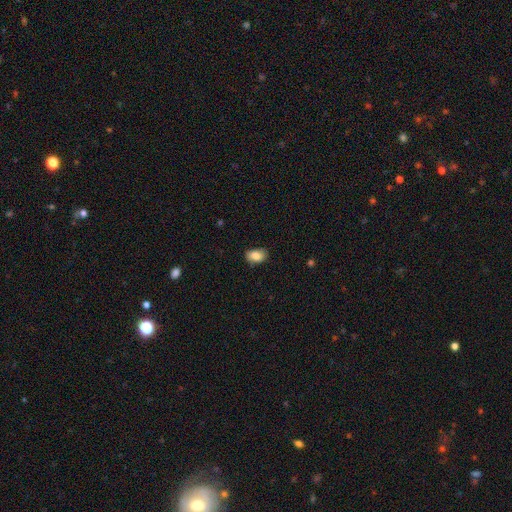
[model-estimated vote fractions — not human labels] Smooth or featured? Predicted: smooth (p=0.84). How rounded? Predicted: in between (p=0.83). Merging? Predicted: none (p=0.75).